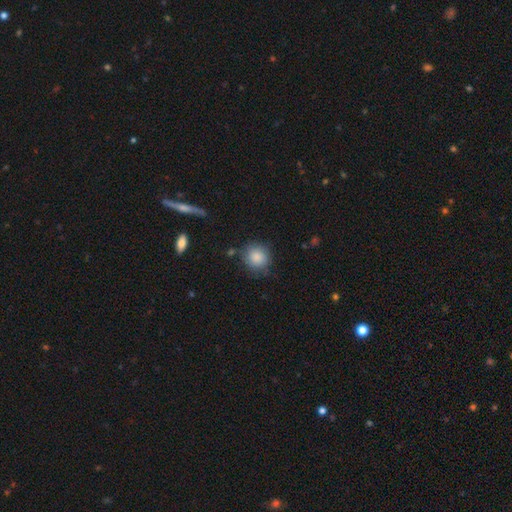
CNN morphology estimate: Overall: smooth (87%). How rounded: round (89%). Merging: none (80%).